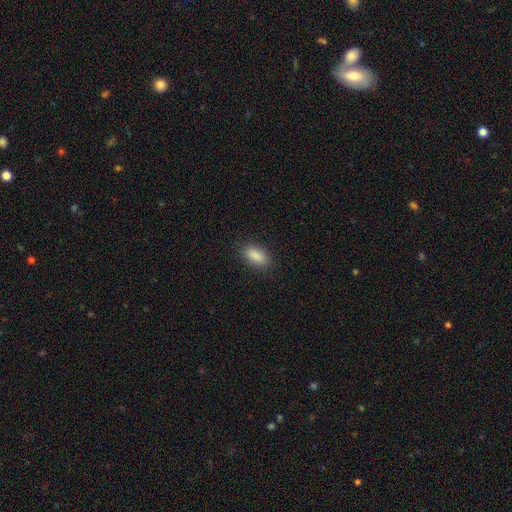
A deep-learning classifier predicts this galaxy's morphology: This is clearly a smooth galaxy (88%). How rounded: clearly in between (88%). Merging: clearly none (88%).